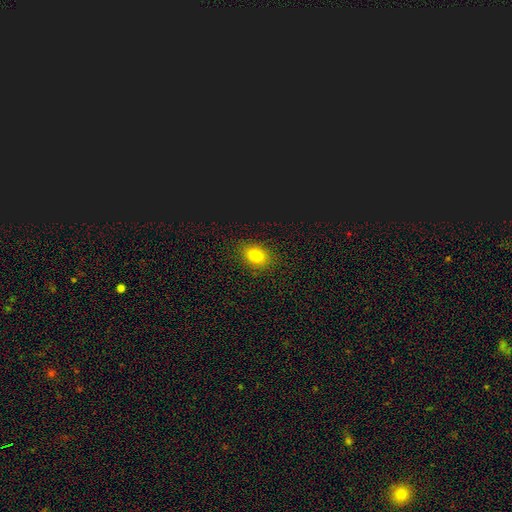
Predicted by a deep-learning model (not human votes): smooth_or_featured: smooth (p=0.78) [alt: star or artifact p=0.15]
how_rounded: in between (p=0.67) [alt: round p=0.32]
merging: none (p=0.86) [alt: minor disturbance p=0.10]